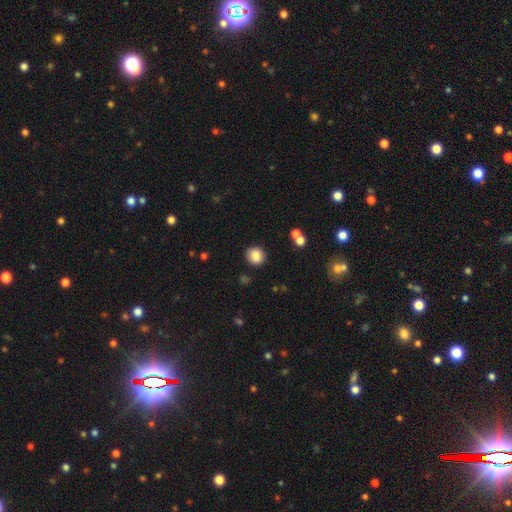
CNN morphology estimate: smooth 85%, star or artifact 9%, featured or disk 6%. Down the decision tree: how rounded — round (83%); merging — none (88%).